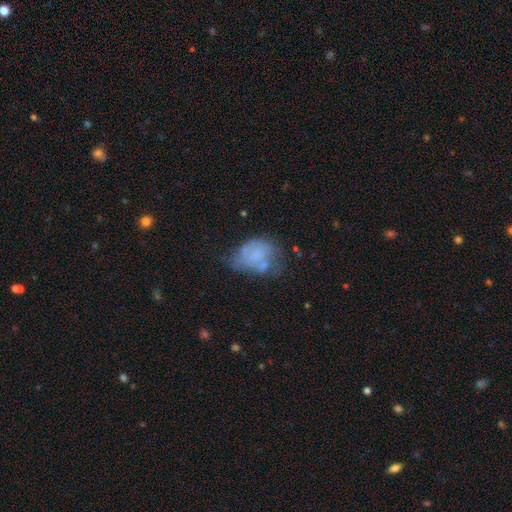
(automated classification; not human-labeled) Smooth or featured: smooth — 46% (featured or disk — 43%)
Merging: none — 32% (minor disturbance — 29%)